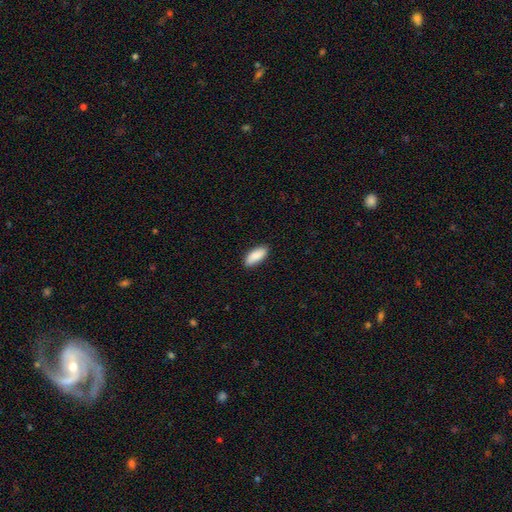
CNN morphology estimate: Smooth or featured?
  - smooth: 88% *
  - featured or disk: 6%
  - star or artifact: 6%
How rounded?
  - in between: 83% *
  - cigar-shaped: 15%
  - round: 2%
Merging?
  - none: 87% *
  - minor disturbance: 10%
  - major disturbance: 2%
  - merger: 1%